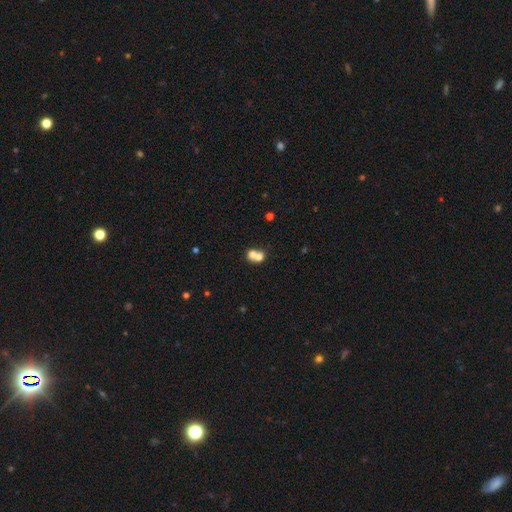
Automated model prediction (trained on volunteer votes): Smooth or featured: smooth — 69% (featured or disk — 19%)
How rounded: round — 64% (in between — 35%)
Merging: merger — 67% (none — 24%)